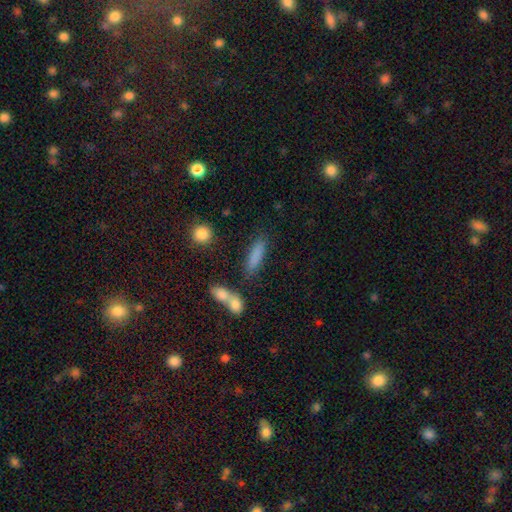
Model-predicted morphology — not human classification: This is likely a smooth galaxy (80%). How rounded: likely cigar-shaped (69%). Merging: likely none (67%).